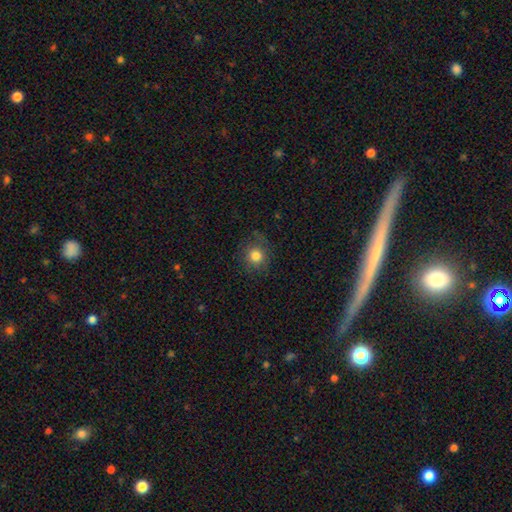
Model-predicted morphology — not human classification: Smooth or featured? Predicted: smooth (p=0.80). How rounded? Predicted: round (p=0.86). Merging? Predicted: none (p=0.80).